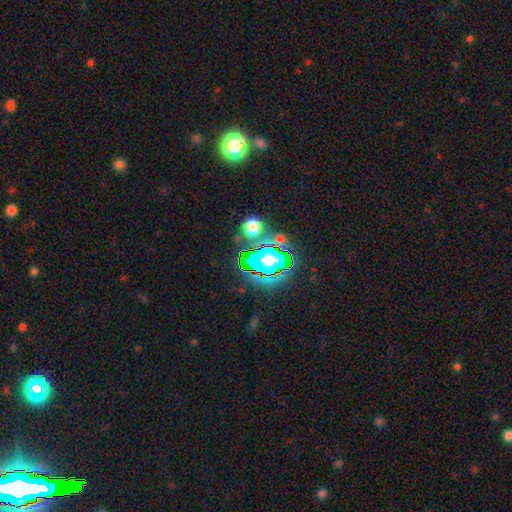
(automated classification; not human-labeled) A star or artifact, not a galaxy (81%).

Vote fractions:
- Smooth or featured? star or artifact: 81% / smooth: 12% / featured or disk: 7%